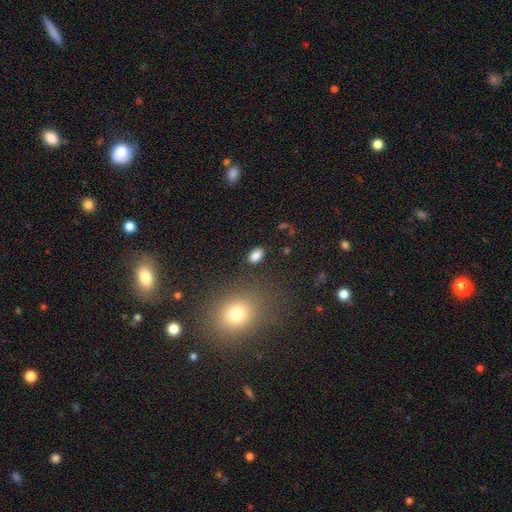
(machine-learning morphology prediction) smooth 84%, star or artifact 10%, featured or disk 5%. Down the decision tree: how rounded — in between (89%); merging — none (86%).